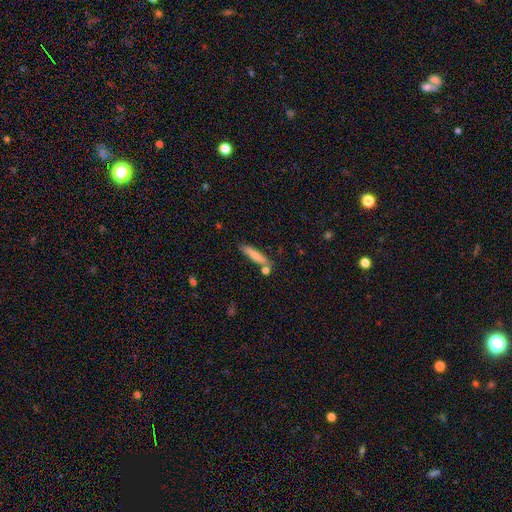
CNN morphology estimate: smooth_or_featured: smooth (p=0.70) [alt: featured or disk p=0.23]
how_rounded: cigar-shaped (p=0.86) [alt: in between p=0.13]
merging: none (p=0.74) [alt: minor disturbance p=0.13]